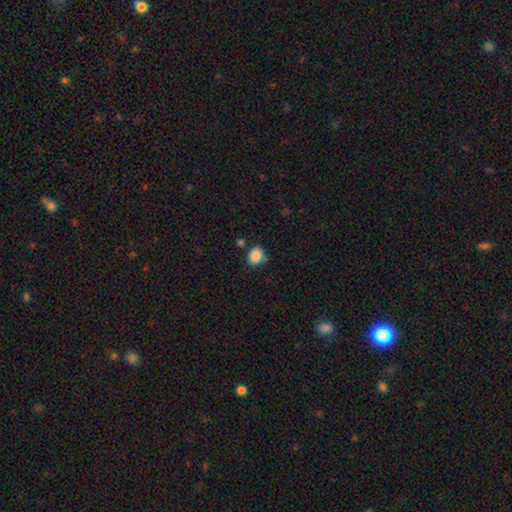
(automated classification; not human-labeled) Overall: smooth (87%). How rounded: in between (59%; round 40%). Merging: none (70%).